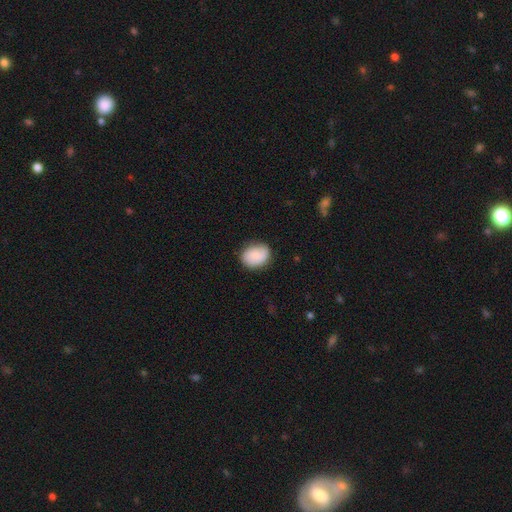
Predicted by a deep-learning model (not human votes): Overall: smooth (79%). How rounded: round (50%; in between 49%). Merging: none (81%).